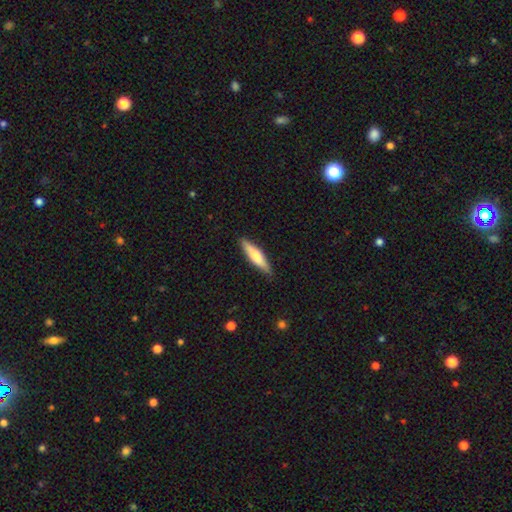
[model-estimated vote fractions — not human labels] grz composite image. It shows a smooth galaxy with no disk features (67%) that is cigar-shaped (78%). Merging: none (87%).